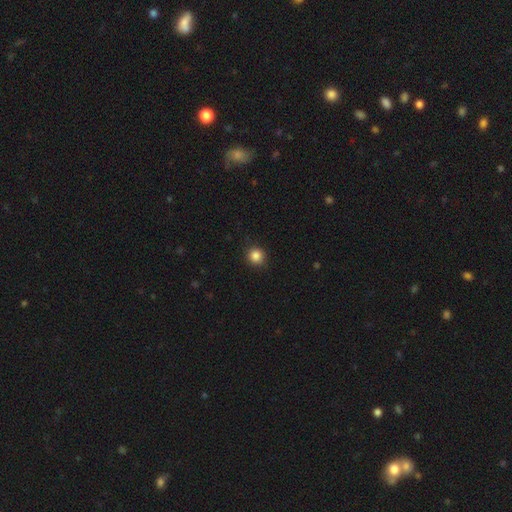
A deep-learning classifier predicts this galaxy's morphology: Smooth or featured? smooth (86%)
How rounded? round (91%)
Merging? none (90%)